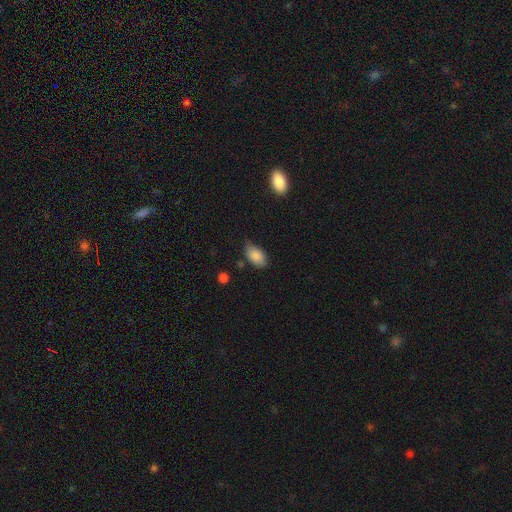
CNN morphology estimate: Overall: smooth (86%). How rounded: in between (92%). Merging: none (64%; minor disturbance 29%).